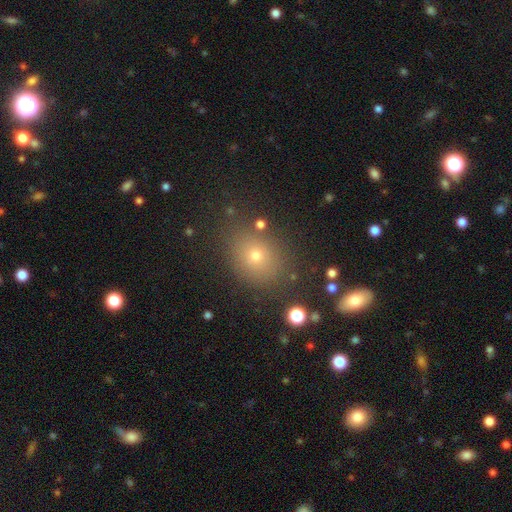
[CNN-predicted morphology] Smooth or featured: smooth — 68% (star or artifact — 20%)
How rounded: round — 58% (in between — 41%)
Merging: none — 81% (minor disturbance — 11%)